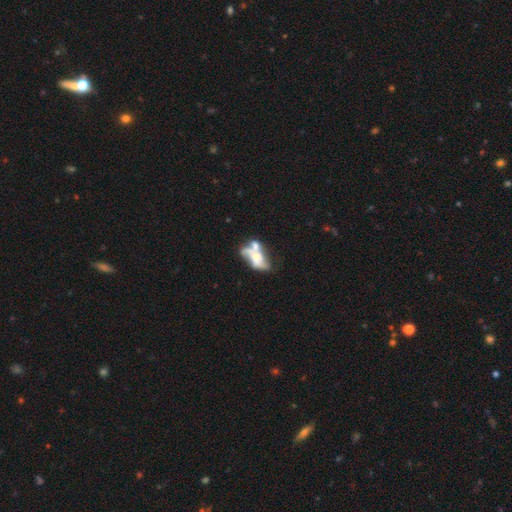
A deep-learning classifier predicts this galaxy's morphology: smooth-or-featured: featured or disk: 60% | smooth: 30% | star or artifact: 10%
  disk-edge-on: no: 93% | yes: 7%
    bar: no: 77% | weak: 16% | strong: 7%
    has-spiral-arms: no: 62% | yes: 38%
    bulge-size: none: 38% | moderate: 25% | small: 23% | large: 11% | dominant: 3%
  merging: merger: 48% | major disturbance: 21% | none: 19% | minor disturbance: 12%